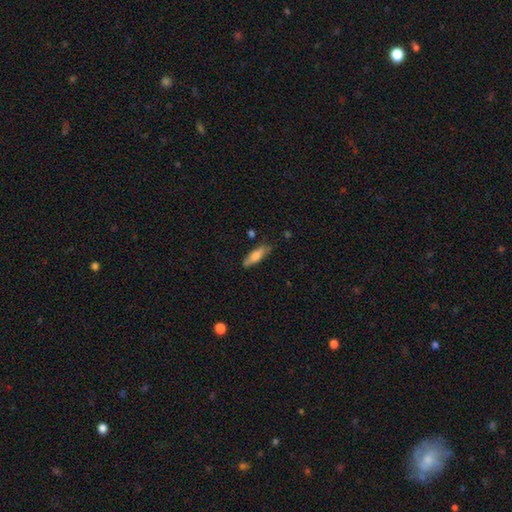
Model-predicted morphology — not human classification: Smooth or featured?
  - smooth: 70% *
  - featured or disk: 24%
  - star or artifact: 6%
How rounded?
  - cigar-shaped: 58% *
  - in between: 40%
  - round: 2%
Merging?
  - none: 77% *
  - minor disturbance: 17%
  - major disturbance: 3%
  - merger: 3%